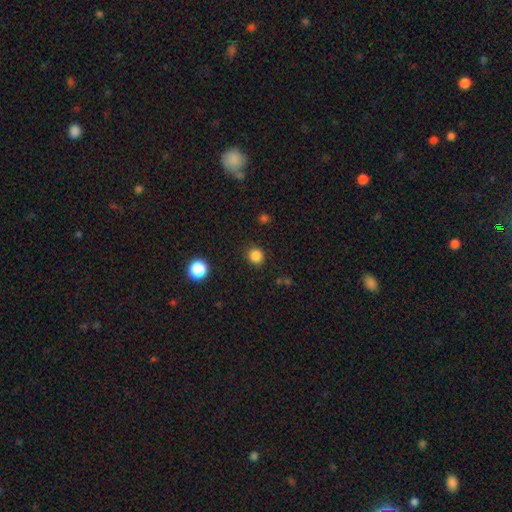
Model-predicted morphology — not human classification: type=smooth (85%); roundness=round (89%); merging=none (88%).